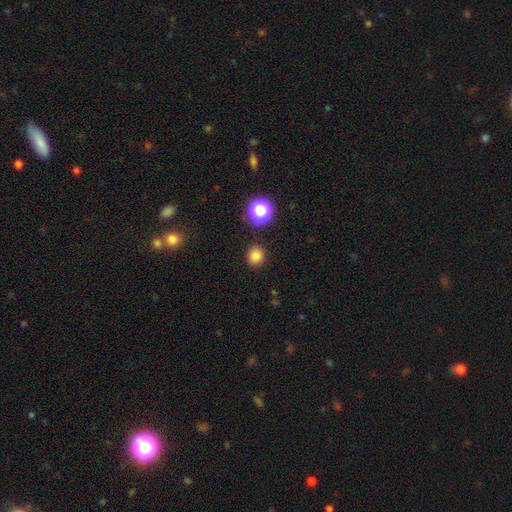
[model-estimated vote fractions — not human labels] This appears to be a smooth galaxy with no disk features (81%) that is round (88%). Merging: none (88%).